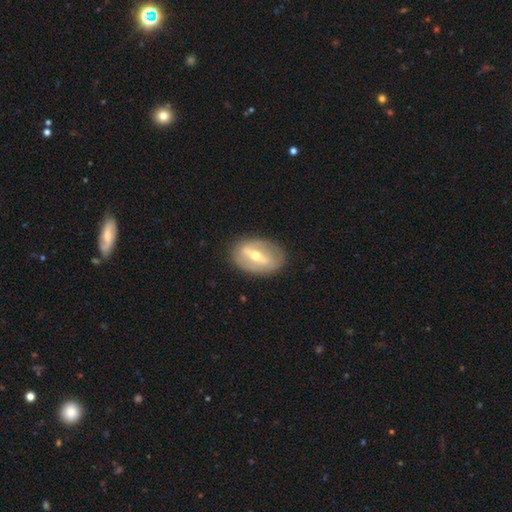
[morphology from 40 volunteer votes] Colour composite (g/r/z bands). It shows a featured or disk galaxy (78%) with a strong bar (83%), 2 (83%) medium (56%) spiral arms (62%) and a moderate central bulge (59%). Merging: none (85%).